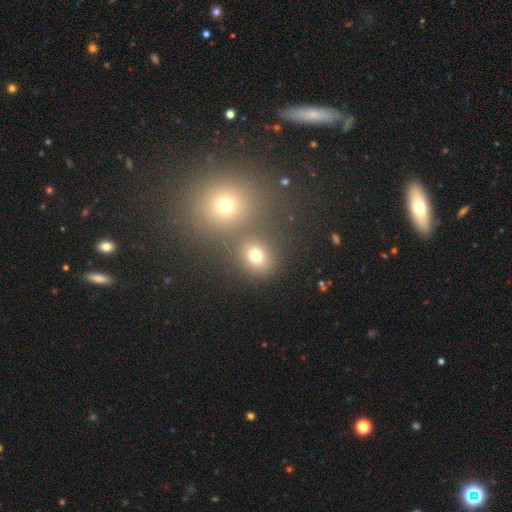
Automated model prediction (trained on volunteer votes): Smooth or featured? Predicted: smooth (p=0.73). How rounded? Predicted: round (p=0.70). Merging? Predicted: none (p=0.72).